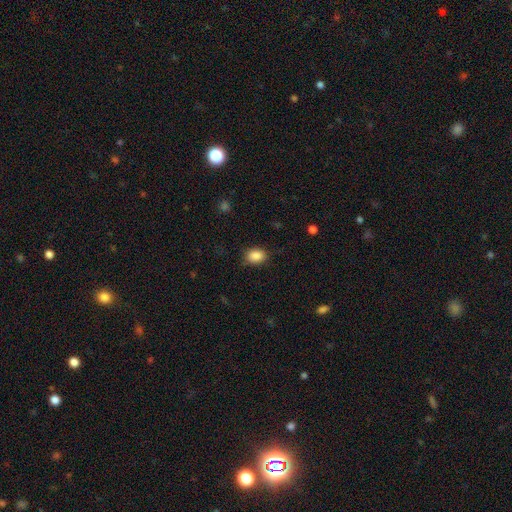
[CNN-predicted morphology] Overall: smooth (88%). How rounded: in between (66%; round 33%). Merging: none (81%).